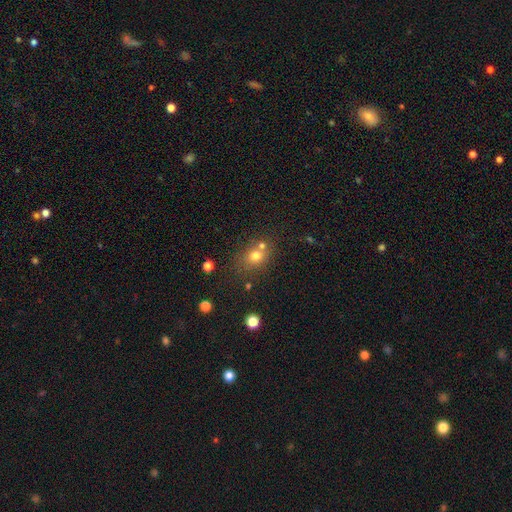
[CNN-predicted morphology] Overall: smooth (73%). How rounded: round (60%; in between 39%). Merging: none (56%; merger 27%).